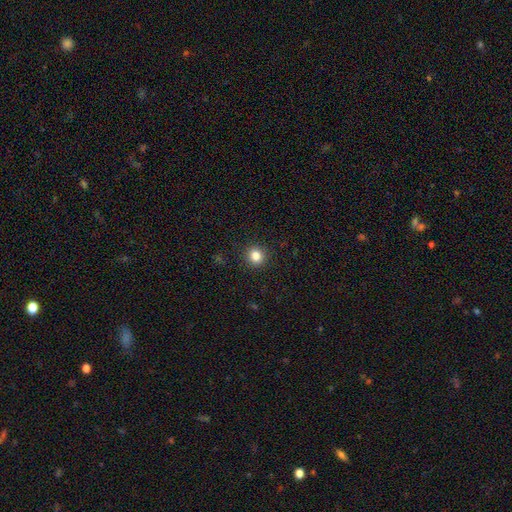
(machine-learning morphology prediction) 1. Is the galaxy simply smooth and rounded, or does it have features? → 83% smooth, 12% star or artifact, 5% featured or disk.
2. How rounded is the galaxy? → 89% round, 10% in between, 1% cigar-shaped.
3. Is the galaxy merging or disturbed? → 92% none, 5% minor disturbance, 2% major disturbance, 1% merger.